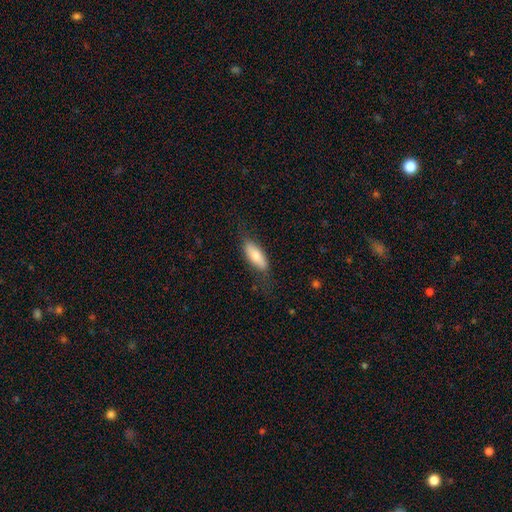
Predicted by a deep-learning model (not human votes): A smooth galaxy with no disk features (73%) that is in between round and cigar-shaped (69%). Merging: none (73%).